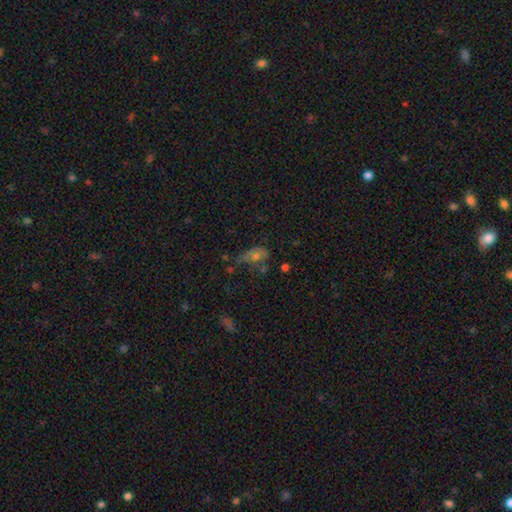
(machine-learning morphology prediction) Overall: smooth (49%; featured or disk 30%). Merging: none (37%; minor disturbance 29%).